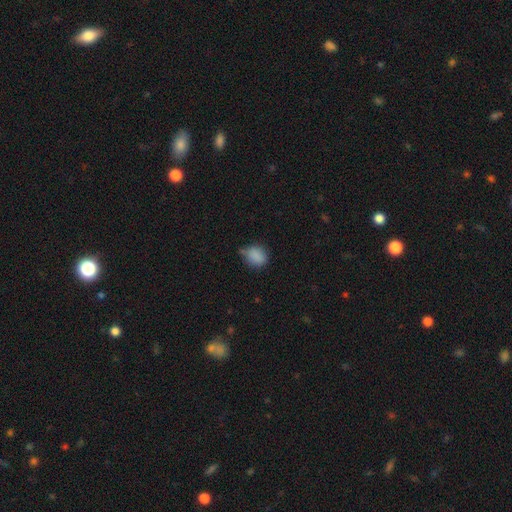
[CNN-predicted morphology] smooth-or-featured: smooth: 84% | star or artifact: 10% | featured or disk: 6%
  how-rounded: round: 59% | in between: 40% | cigar-shaped: 1%
  merging: none: 54% | minor disturbance: 34% | major disturbance: 7% | merger: 5%